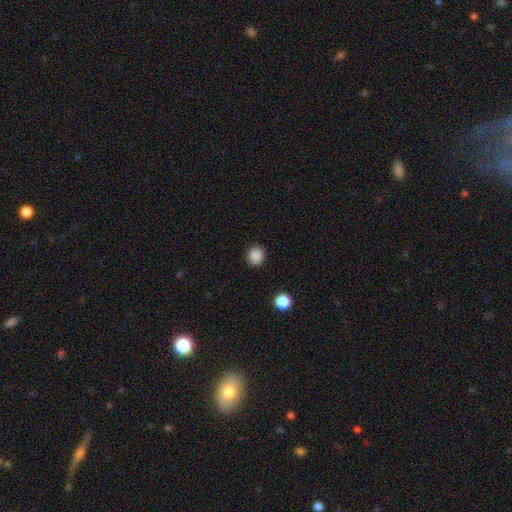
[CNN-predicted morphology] smooth 87%, star or artifact 10%, featured or disk 2%. Down the decision tree: how rounded — round (85%); merging — none (90%).